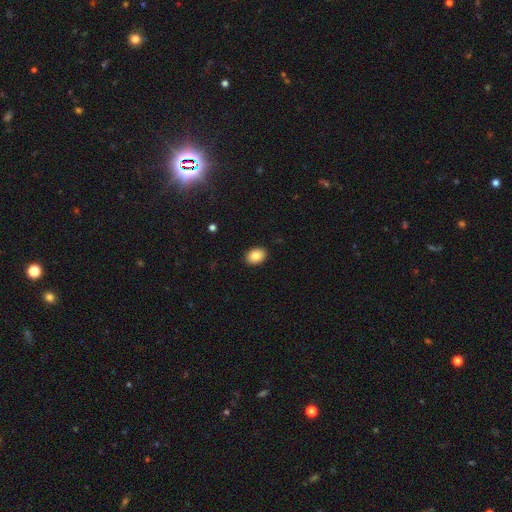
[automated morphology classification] smooth_or_featured: smooth (p=0.85) [alt: star or artifact p=0.08]
how_rounded: in between (p=0.72) [alt: round p=0.27]
merging: none (p=0.90) [alt: minor disturbance p=0.07]